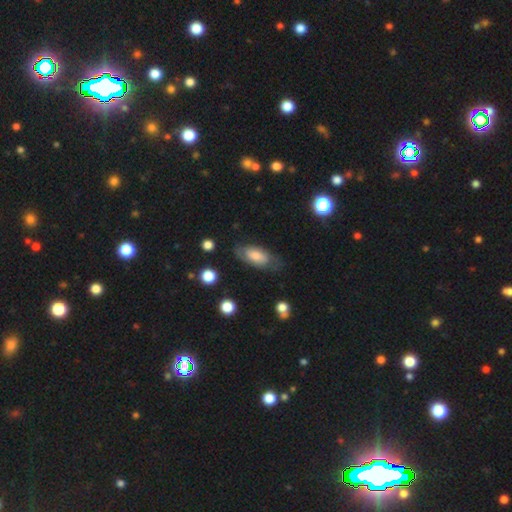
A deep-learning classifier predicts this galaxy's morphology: smooth_or_featured: smooth (p=0.59) [alt: featured or disk p=0.34]
how_rounded: in between (p=0.86) [alt: cigar-shaped p=0.11]
merging: none (p=0.67) [alt: minor disturbance p=0.23]